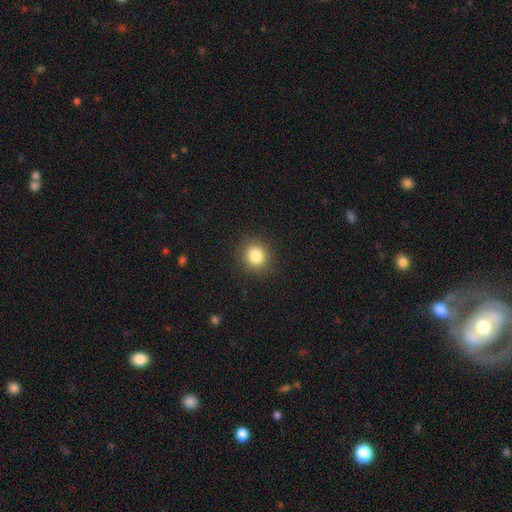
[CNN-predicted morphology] Smooth or featured: smooth — 84% (star or artifact — 11%)
How rounded: round — 82% (in between — 17%)
Merging: none — 89% (minor disturbance — 7%)